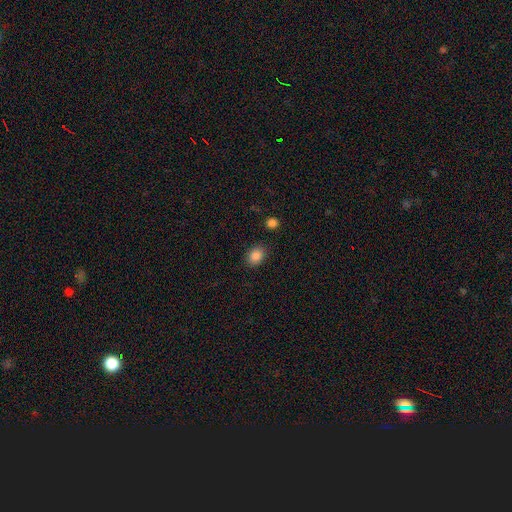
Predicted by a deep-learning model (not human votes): A smooth galaxy with no disk features (87%) that is in between round and cigar-shaped (62%).

Vote fractions:
- Smooth or featured? smooth: 87% / star or artifact: 10% / featured or disk: 4%
- How rounded? in between: 62% / round: 37% / cigar-shaped: 1%
- Merging? none: 85% / minor disturbance: 10% / major disturbance: 3% / merger: 2%